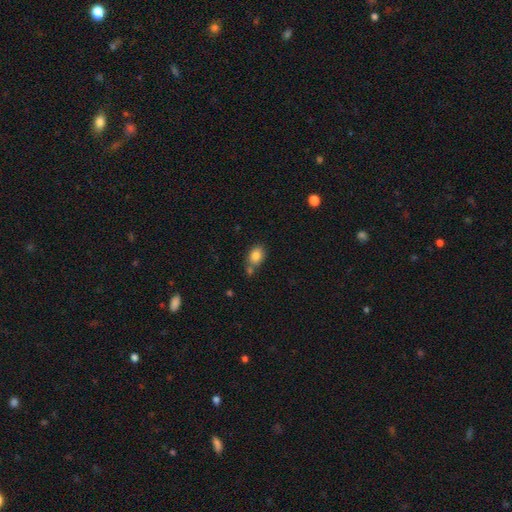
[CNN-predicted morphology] Smooth or featured: smooth — 83% (star or artifact — 9%)
How rounded: in between — 69% (round — 29%)
Merging: none — 56% (merger — 24%)